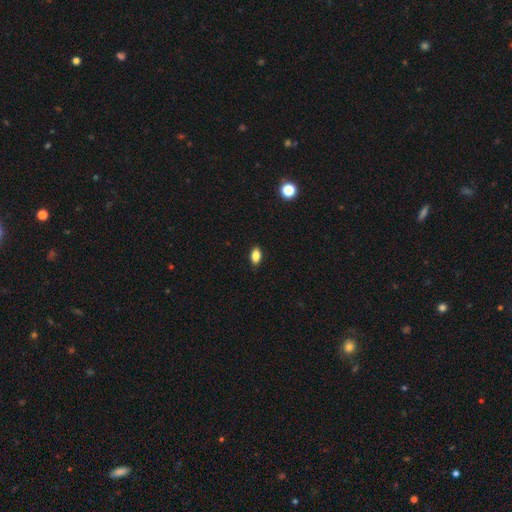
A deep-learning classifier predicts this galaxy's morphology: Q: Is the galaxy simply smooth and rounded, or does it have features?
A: smooth — 86%.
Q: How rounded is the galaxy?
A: in between — 90%.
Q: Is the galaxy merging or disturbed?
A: none — 89%.